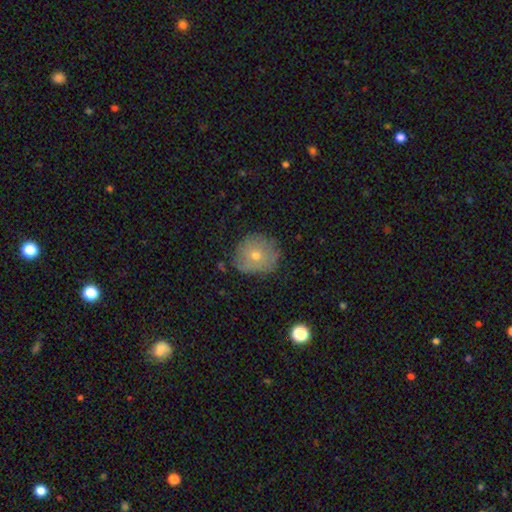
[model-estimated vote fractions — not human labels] smooth-or-featured: smooth: 63% | featured or disk: 26% | star or artifact: 11%
  how-rounded: round: 86% | in between: 13% | cigar-shaped: 1%
  merging: none: 73% | minor disturbance: 21% | major disturbance: 5% | merger: 2%